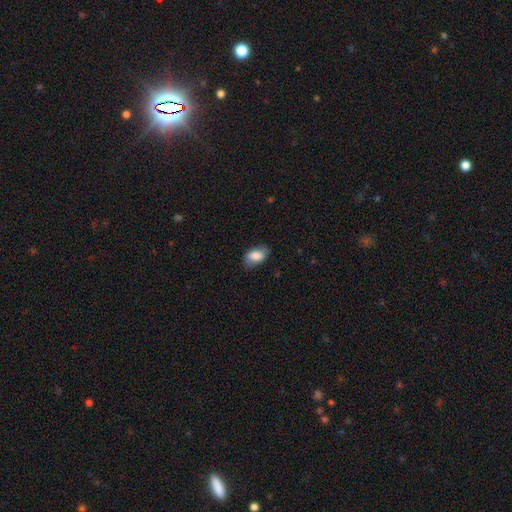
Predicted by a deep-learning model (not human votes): The model was most divided on "merging": none: 75%, minor disturbance: 19%, major disturbance: 5%, merger: 1%. More confident: how rounded — in between (91%); smooth or featured — smooth (81%).